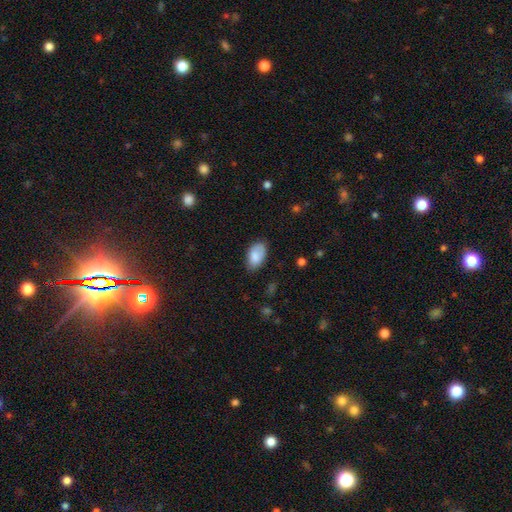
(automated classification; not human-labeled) Smooth or featured? Predicted: smooth (p=0.83). How rounded? Predicted: in between (p=0.93). Merging? Predicted: none (p=0.72).